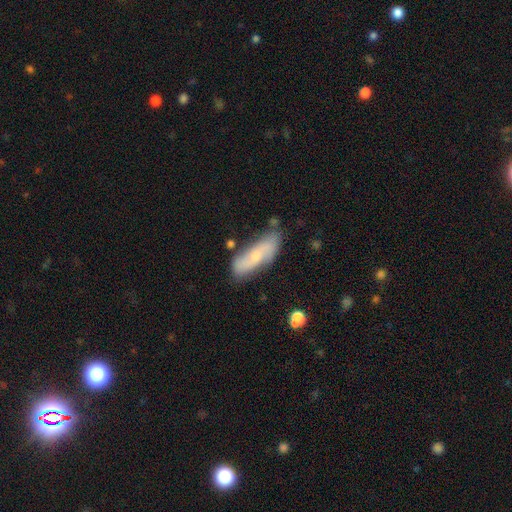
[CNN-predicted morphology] featured or disk 49%, smooth 44%, star or artifact 7%. Down the decision tree: merging — none (66%).